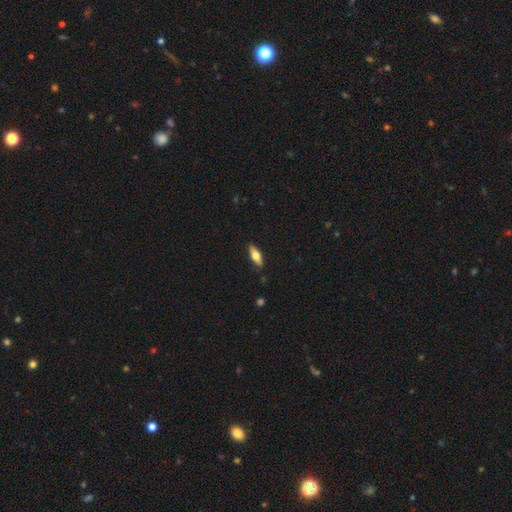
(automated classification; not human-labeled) Smooth or featured?
  - smooth: 51% *
  - featured or disk: 43%
  - star or artifact: 6%
How rounded?
  - in between: 55% *
  - cigar-shaped: 42%
  - round: 3%
Merging?
  - none: 87% *
  - minor disturbance: 10%
  - major disturbance: 2%
  - merger: 1%